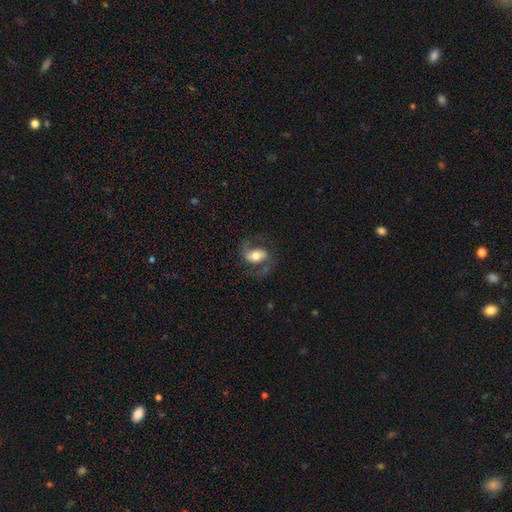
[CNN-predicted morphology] Q: Smooth or featured?
A: featured or disk (68%); runner-up: smooth (25%)
Q: Edge-on disk?
A: no (96%); runner-up: yes (4%)
Q: Bar?
A: weak (35%); tied with: strong (35%)
Q: Spiral arms?
A: yes (90%); runner-up: no (10%)
Q: Spiral winding?
A: medium (52%); runner-up: loose (34%)
Q: Spiral arm count?
A: 2 (89%); runner-up: 1 (5%)
Q: Bulge size?
A: moderate (61%); runner-up: large (22%)
Q: Merging?
A: none (68%); runner-up: minor disturbance (16%)